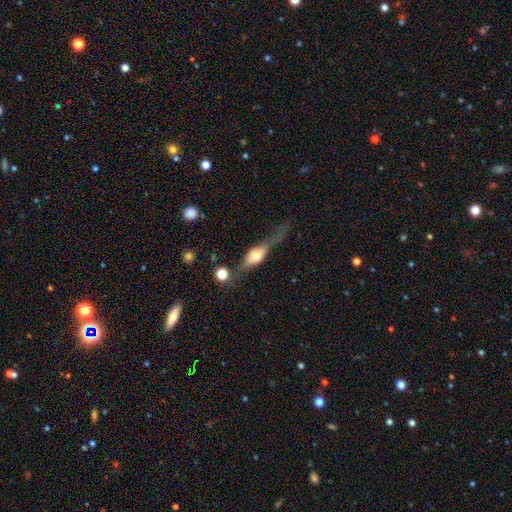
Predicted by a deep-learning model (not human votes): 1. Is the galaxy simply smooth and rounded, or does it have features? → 61% featured or disk, 31% smooth, 7% star or artifact.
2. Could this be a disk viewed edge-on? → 88% yes, 12% no.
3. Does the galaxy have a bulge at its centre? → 90% rounded, 8% boxy, 2% none.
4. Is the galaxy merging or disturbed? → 53% none, 23% minor disturbance, 17% major disturbance, 6% merger.